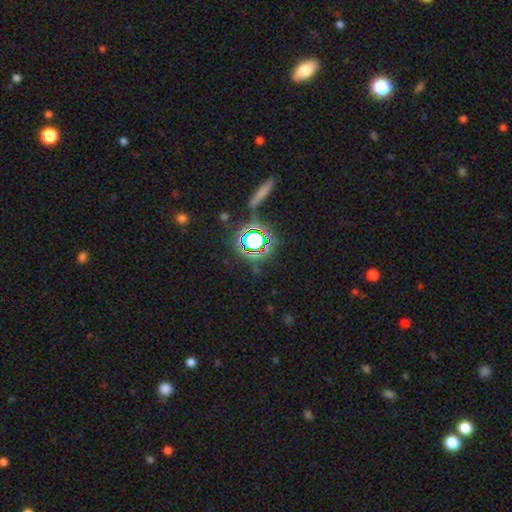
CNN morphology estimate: smooth-or-featured: star or artifact: 74% | smooth: 16% | featured or disk: 10%